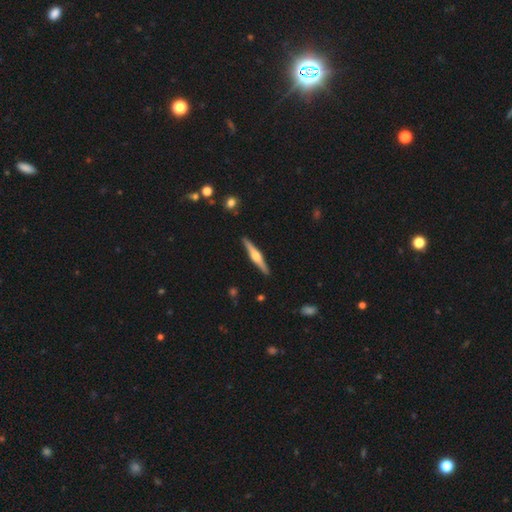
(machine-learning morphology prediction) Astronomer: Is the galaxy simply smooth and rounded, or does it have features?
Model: featured or disk — 71%.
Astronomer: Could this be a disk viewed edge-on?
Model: yes — 98%.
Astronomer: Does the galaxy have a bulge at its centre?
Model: rounded — 91%.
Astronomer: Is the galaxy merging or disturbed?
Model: none — 91%.